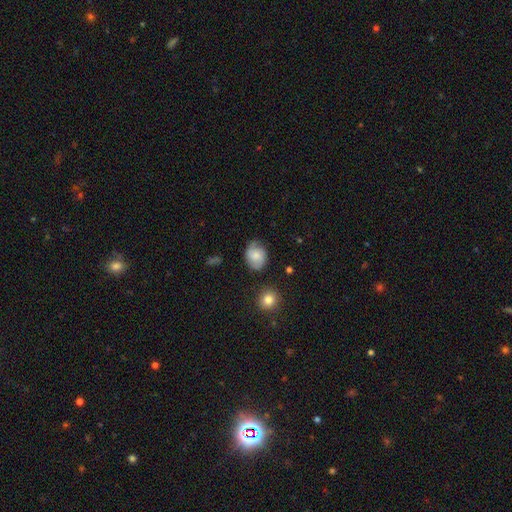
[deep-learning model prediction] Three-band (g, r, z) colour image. It shows a smooth galaxy with no disk features (57%) that is round (55%). Merging: none (68%).